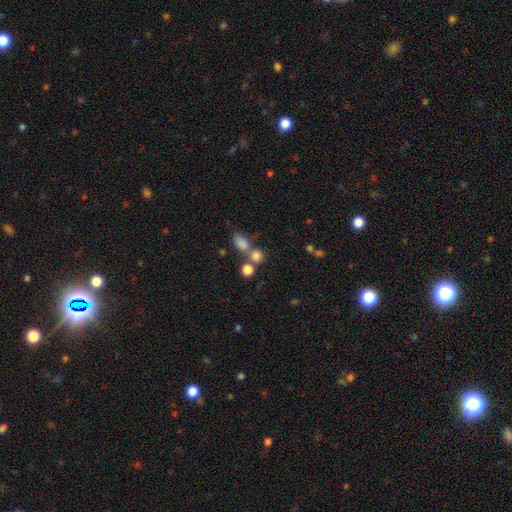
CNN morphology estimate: This appears to be a smooth galaxy with no disk features (77%) that is round (71%). Merging: none (49%).